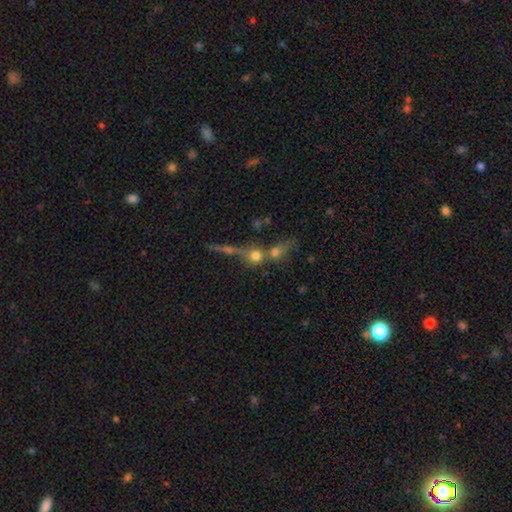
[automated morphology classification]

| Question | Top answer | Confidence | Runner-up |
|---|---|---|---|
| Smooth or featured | smooth | 62% | featured or disk (21%) |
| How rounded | round | 79% | in between (14%) |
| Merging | merger | 50% | none (36%) |